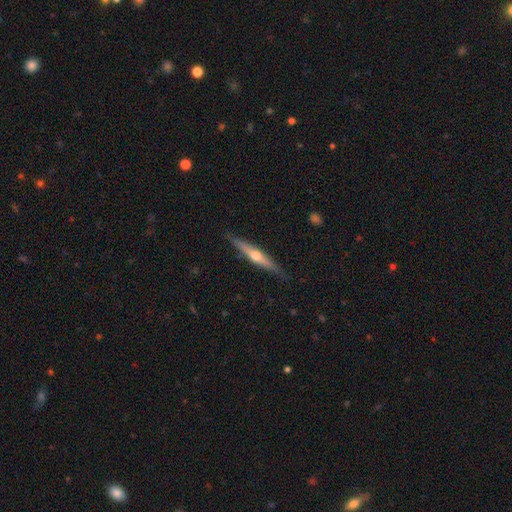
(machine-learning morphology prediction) Overall: featured or disk (64%; smooth 30%). Edge-on disk: yes (97%). Edge-on bulge: rounded (90%). Merging: none (86%).